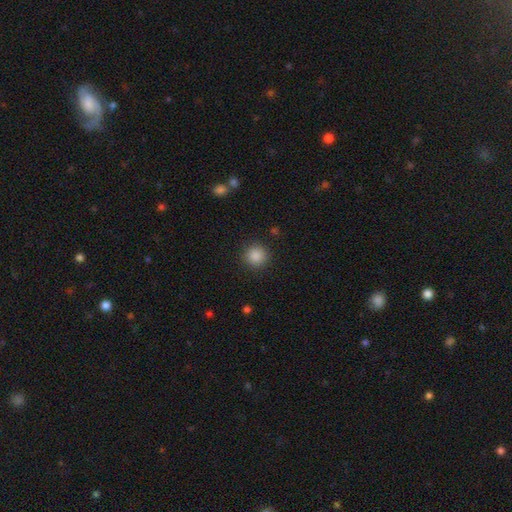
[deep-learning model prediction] A smooth galaxy with no disk features (87%) that is round (94%).

Vote fractions:
- Smooth or featured? smooth: 87% / star or artifact: 10% / featured or disk: 3%
- How rounded? round: 94% / in between: 5% / cigar-shaped: 1%
- Merging? none: 90% / minor disturbance: 6% / major disturbance: 3% / merger: 1%